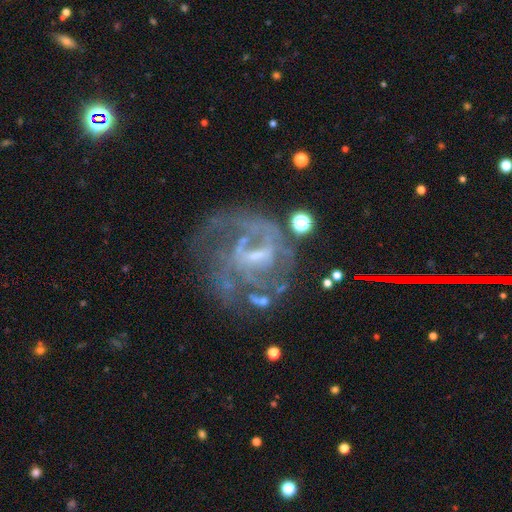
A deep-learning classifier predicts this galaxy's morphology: This appears to be a featured or disk galaxy (80%) with a weak bar (50%), medium (41%) spiral arms (73%) and a small central bulge (48%). Merging: none (51%).